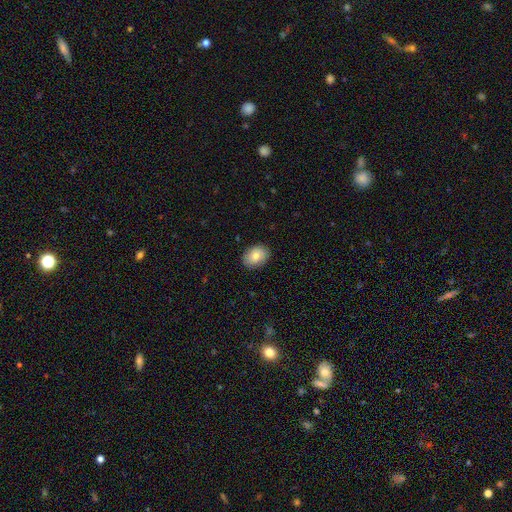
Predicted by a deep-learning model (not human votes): Smooth or featured?
  - smooth: 82% *
  - featured or disk: 11%
  - star or artifact: 7%
How rounded?
  - in between: 72% *
  - round: 27%
  - cigar-shaped: 1%
Merging?
  - none: 89% *
  - minor disturbance: 9%
  - major disturbance: 2%
  - merger: 1%